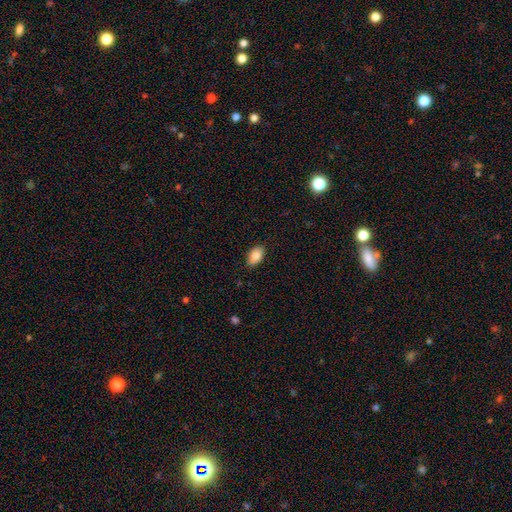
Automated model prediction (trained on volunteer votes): smooth 84%, featured or disk 9%, star or artifact 7%. Down the decision tree: how rounded — in between (93%); merging — none (87%).